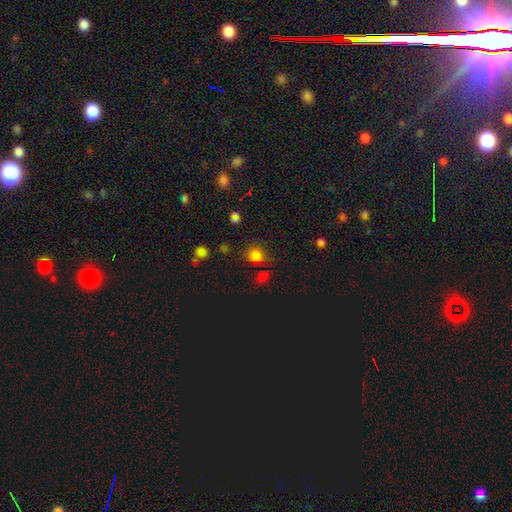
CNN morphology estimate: This is likely a smooth galaxy (69%). How rounded: clearly round (84%). Merging: likely none (73%).